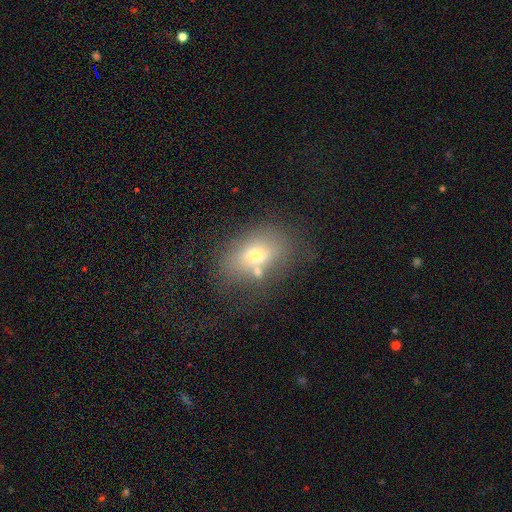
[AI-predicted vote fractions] This appears to be a smooth galaxy with no disk features (62%) that is in between round and cigar-shaped (72%). Merging: none (52%).